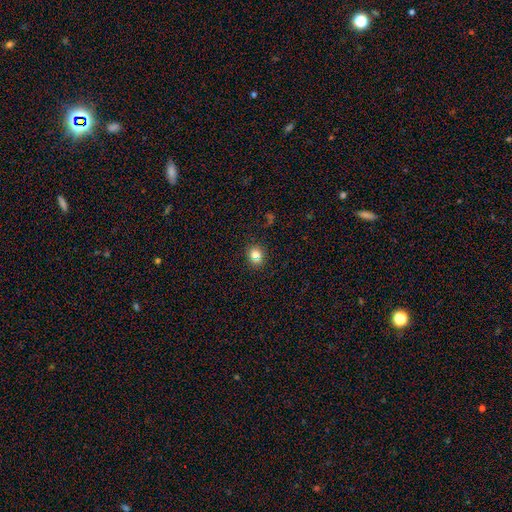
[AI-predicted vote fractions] Overall: smooth (75%). How rounded: round (75%). Merging: none (81%).